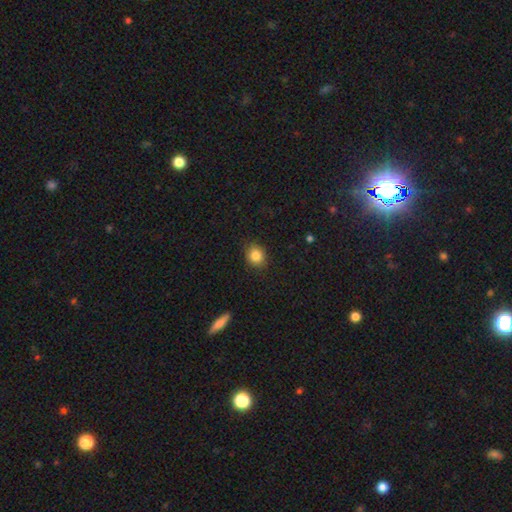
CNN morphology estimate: Smooth or featured? Predicted: smooth (p=0.84). How rounded? Predicted: round (p=0.75). Merging? Predicted: none (p=0.87).